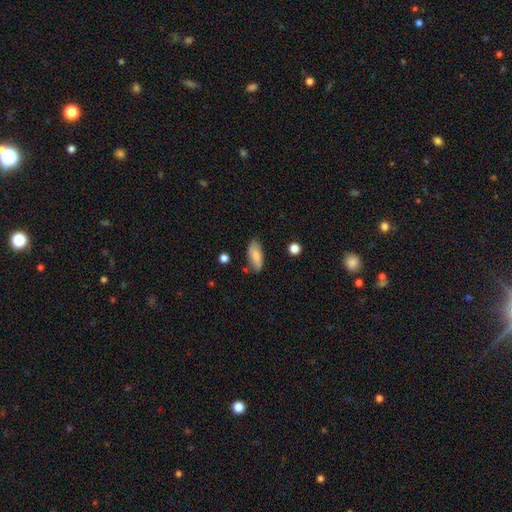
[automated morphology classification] A smooth galaxy with no disk features (79%) that is in between round and cigar-shaped (80%).

Vote fractions:
- Smooth or featured? smooth: 79% / featured or disk: 15% / star or artifact: 7%
- How rounded? in between: 80% / cigar-shaped: 17% / round: 3%
- Merging? none: 74% / minor disturbance: 19% / major disturbance: 3% / merger: 3%